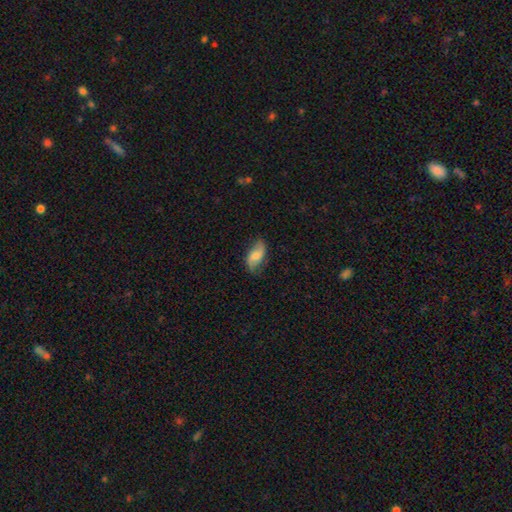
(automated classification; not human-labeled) This appears to be a featured or disk galaxy (47%). Merging: none (75%).